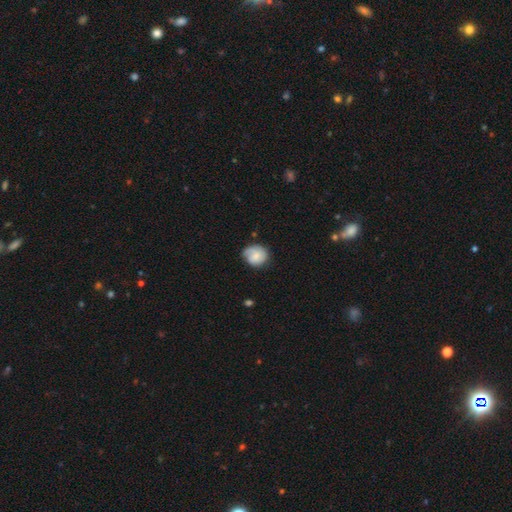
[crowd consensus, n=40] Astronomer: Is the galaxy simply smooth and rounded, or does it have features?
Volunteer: featured or disk — 55% (runner-up: smooth, 42%).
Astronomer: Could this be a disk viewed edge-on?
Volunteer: no — 100%.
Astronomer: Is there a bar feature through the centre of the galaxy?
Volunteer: no — 82%.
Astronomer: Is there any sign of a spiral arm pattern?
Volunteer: yes — 77%.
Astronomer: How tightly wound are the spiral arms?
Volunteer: tight — 41%, tied with medium at 41%.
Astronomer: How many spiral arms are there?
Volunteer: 1 — 76%.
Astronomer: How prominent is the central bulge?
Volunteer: moderate — 50% (runner-up: small, 32%).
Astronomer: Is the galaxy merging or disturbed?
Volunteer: none — 54% (runner-up: minor disturbance, 36%).